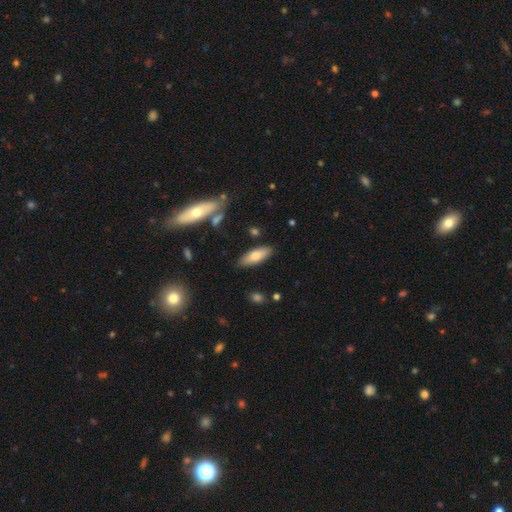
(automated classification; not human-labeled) A smooth galaxy with no disk features (73%) that is in between round and cigar-shaped (65%).

Vote fractions:
- Smooth or featured? smooth: 73% / featured or disk: 20% / star or artifact: 7%
- How rounded? in between: 65% / cigar-shaped: 33% / round: 2%
- Merging? none: 82% / minor disturbance: 11% / merger: 4% / major disturbance: 3%